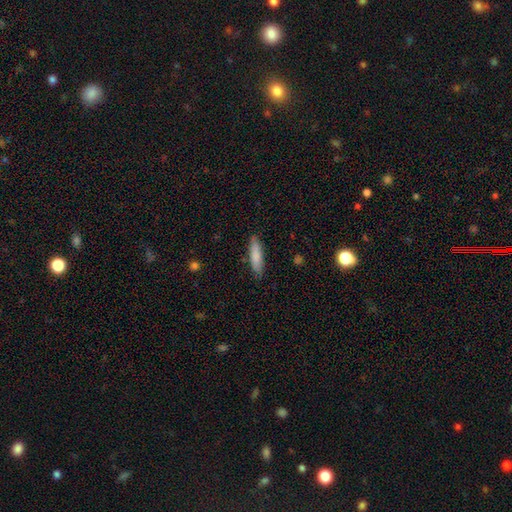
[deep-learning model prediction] This is clearly a smooth galaxy (83%). How rounded: likely cigar-shaped (72%). Merging: clearly none (84%).